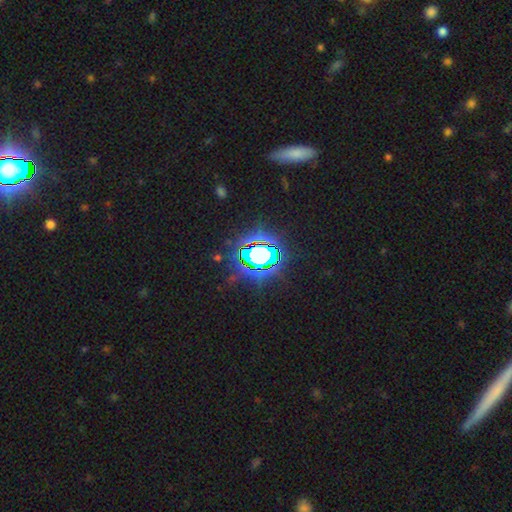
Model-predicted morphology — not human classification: Smooth or featured: star or artifact — 76% (smooth — 14%)